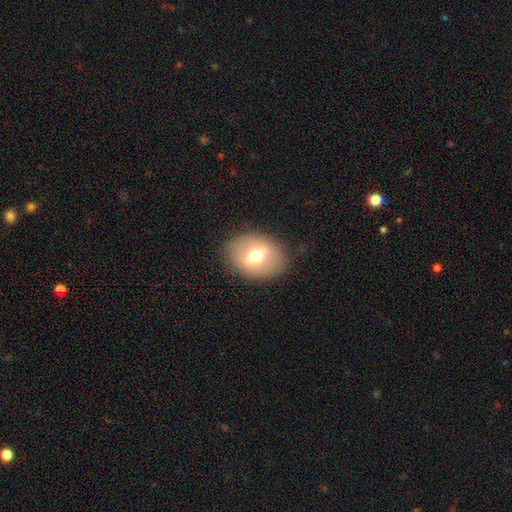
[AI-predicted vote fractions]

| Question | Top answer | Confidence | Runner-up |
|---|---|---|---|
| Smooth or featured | smooth | 61% | featured or disk (31%) |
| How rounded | in between | 62% | round (37%) |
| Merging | none | 85% | minor disturbance (10%) |